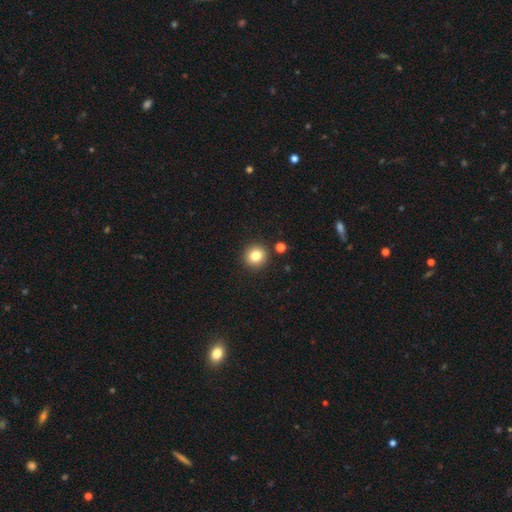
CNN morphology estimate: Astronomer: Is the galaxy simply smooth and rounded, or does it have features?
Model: smooth — 81%.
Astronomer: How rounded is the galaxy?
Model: round — 93%.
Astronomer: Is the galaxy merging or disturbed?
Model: none — 90%.